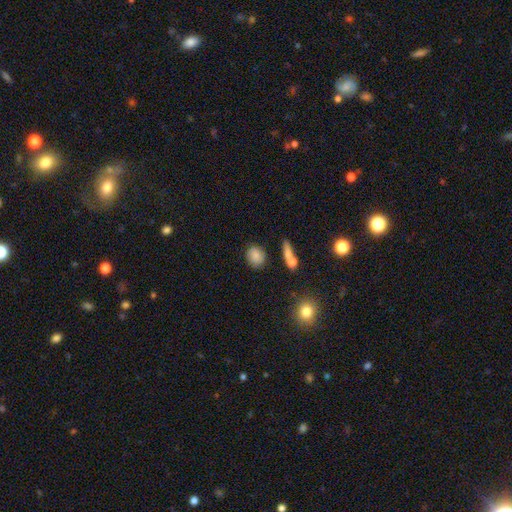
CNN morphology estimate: smooth_or_featured: smooth (p=0.67) [alt: featured or disk p=0.23]
how_rounded: round (p=0.65) [alt: in between p=0.32]
merging: none (p=0.75) [alt: minor disturbance p=0.15]